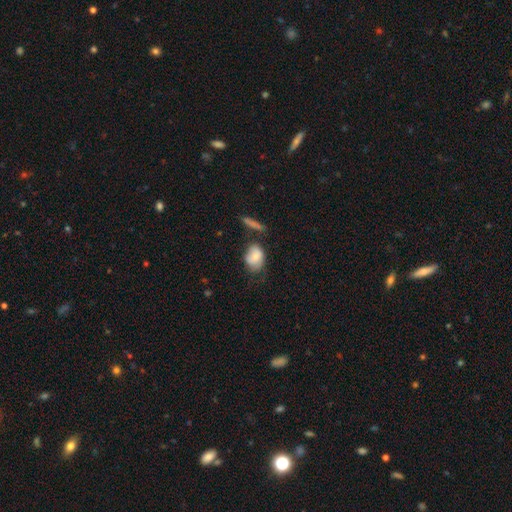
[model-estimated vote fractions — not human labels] smooth_or_featured: smooth (p=0.73) [alt: featured or disk p=0.19]
how_rounded: in between (p=0.80) [alt: round p=0.18]
merging: none (p=0.47) [alt: minor disturbance p=0.29]